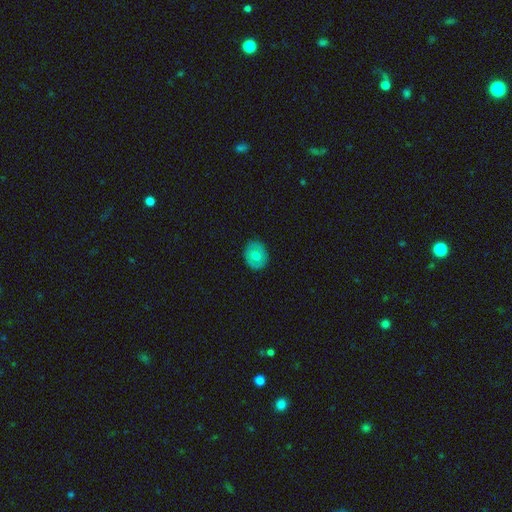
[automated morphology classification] A smooth galaxy with no disk features (61%) that is round (67%). Merging: none (87%).